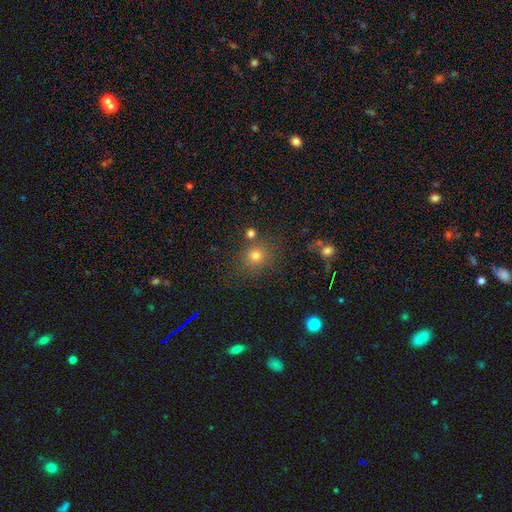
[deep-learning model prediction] smooth 75%, star or artifact 17%, featured or disk 8%. Down the decision tree: how rounded — round (86%); merging — none (76%).